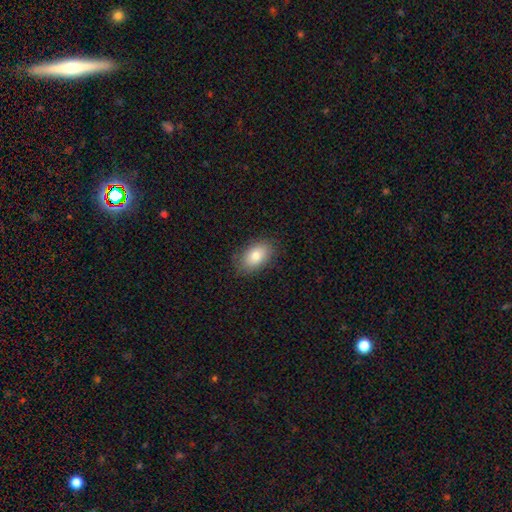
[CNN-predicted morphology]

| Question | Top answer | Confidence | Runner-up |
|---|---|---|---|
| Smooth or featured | smooth | 81% | featured or disk (11%) |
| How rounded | in between | 91% | round (8%) |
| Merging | none | 85% | minor disturbance (12%) |